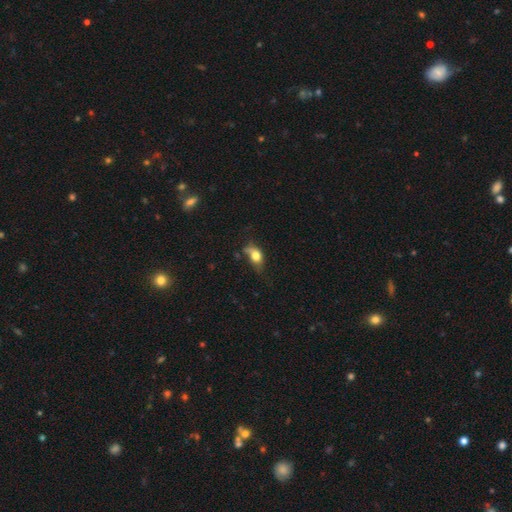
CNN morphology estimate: Overall: smooth (73%). How rounded: in between (75%). Merging: minor disturbance (36%; none 33%).